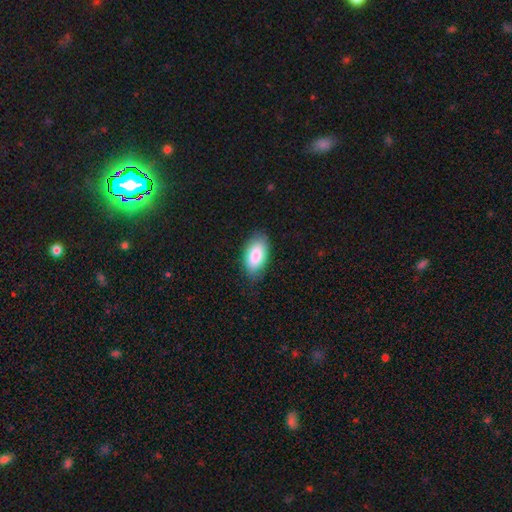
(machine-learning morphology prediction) Smooth or featured? smooth (86%)
How rounded? in between (94%)
Merging? none (80%)